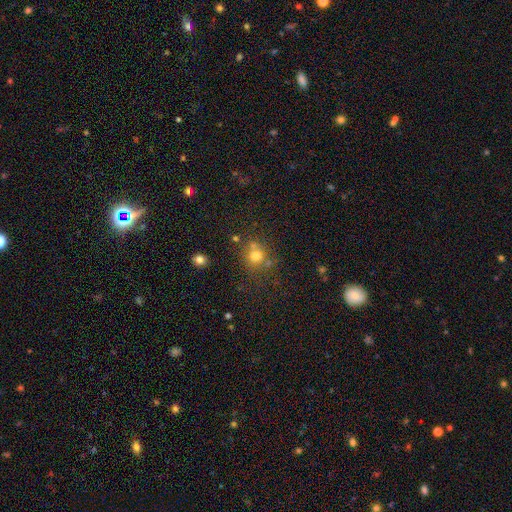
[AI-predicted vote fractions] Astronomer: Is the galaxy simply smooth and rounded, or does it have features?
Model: smooth — 70%.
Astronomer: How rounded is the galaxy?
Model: round — 79%.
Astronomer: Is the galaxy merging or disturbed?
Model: none — 56%.